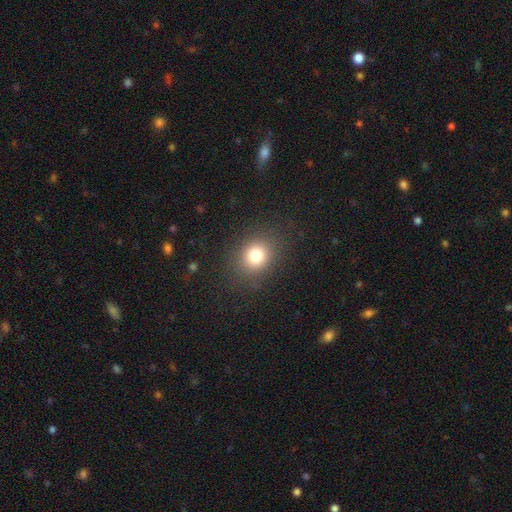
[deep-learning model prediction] Smooth or featured? Predicted: smooth (p=0.77). How rounded? Predicted: round (p=0.66). Merging? Predicted: none (p=0.85).